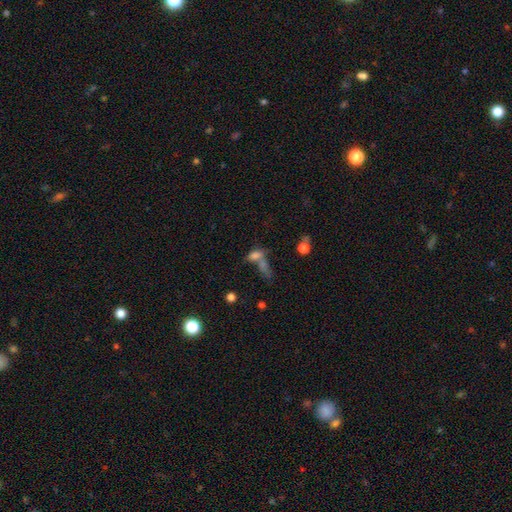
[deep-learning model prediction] Morphology: type=smooth (42%); merging=none (39%).